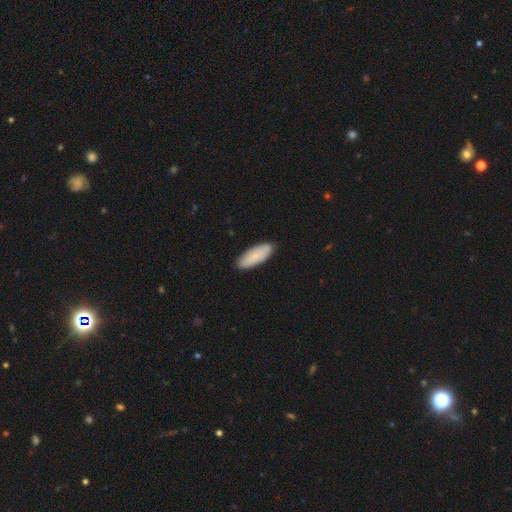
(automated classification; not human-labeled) A smooth galaxy with no disk features (79%) that is in between round and cigar-shaped (72%).

Vote fractions:
- Smooth or featured? smooth: 79% / featured or disk: 16% / star or artifact: 6%
- How rounded? in between: 72% / cigar-shaped: 26% / round: 2%
- Merging? none: 85% / minor disturbance: 12% / major disturbance: 2% / merger: 1%